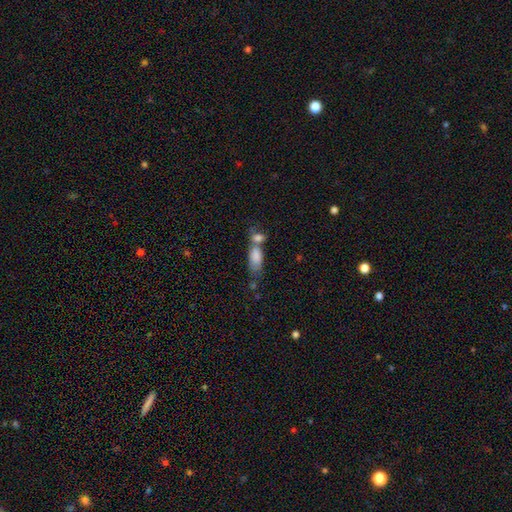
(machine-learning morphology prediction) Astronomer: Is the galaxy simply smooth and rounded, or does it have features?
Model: smooth — 76%.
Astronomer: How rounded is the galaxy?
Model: in between — 76%.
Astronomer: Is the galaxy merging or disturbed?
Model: merger — 56%.